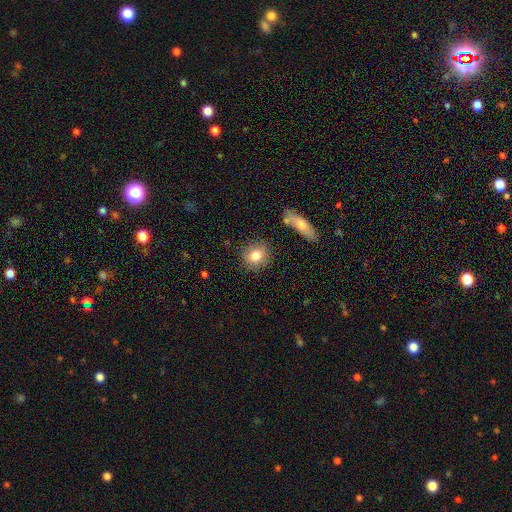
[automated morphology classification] smooth-or-featured: smooth: 81% | featured or disk: 11% | star or artifact: 8%
  how-rounded: round: 78% | in between: 20% | cigar-shaped: 2%
  merging: none: 84% | minor disturbance: 10% | merger: 3% | major disturbance: 3%